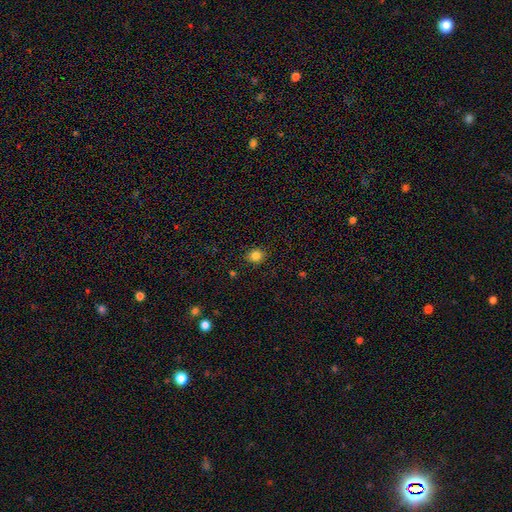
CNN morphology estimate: Smooth or featured? smooth (83%)
How rounded? round (81%)
Merging? none (90%)